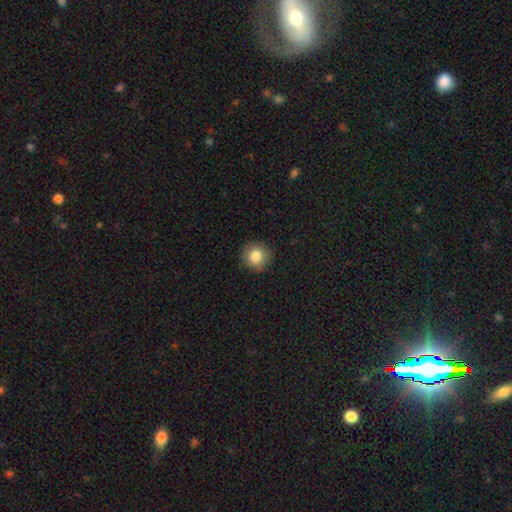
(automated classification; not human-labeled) Smooth or featured? Predicted: smooth (p=0.84). How rounded? Predicted: round (p=0.92). Merging? Predicted: none (p=0.89).